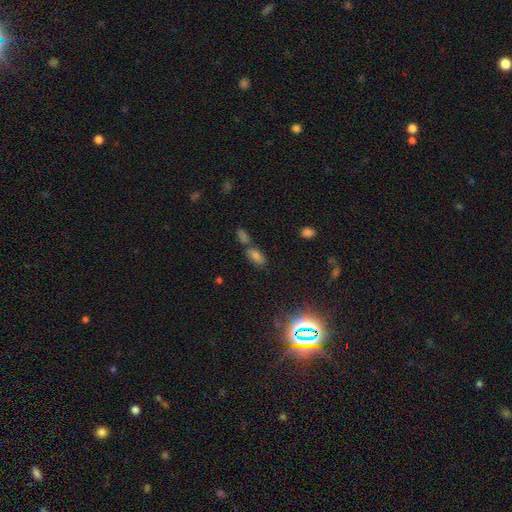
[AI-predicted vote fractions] smooth-or-featured: smooth: 62% | star or artifact: 26% | featured or disk: 13%
  how-rounded: in between: 85% | cigar-shaped: 9% | round: 6%
  merging: none: 48% | merger: 34% | minor disturbance: 12% | major disturbance: 6%